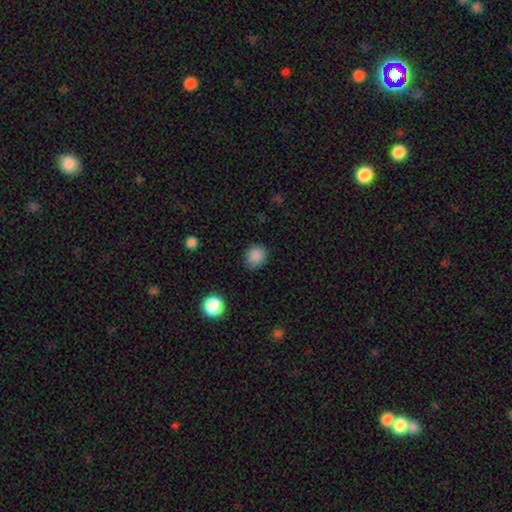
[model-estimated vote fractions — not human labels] smooth_or_featured: smooth (p=0.87) [alt: star or artifact p=0.10]
how_rounded: round (p=0.70) [alt: in between p=0.30]
merging: none (p=0.82) [alt: minor disturbance p=0.13]